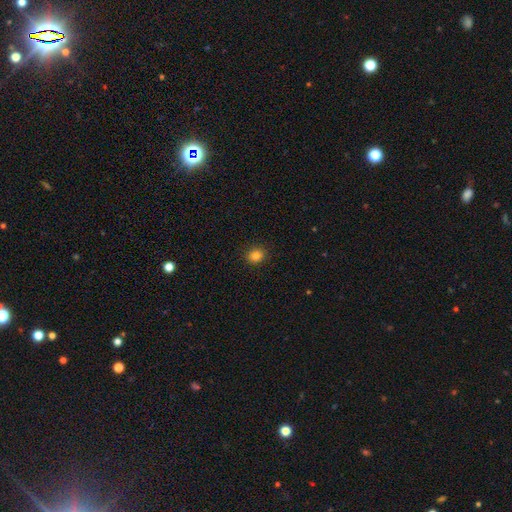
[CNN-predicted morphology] The model was most divided on "how rounded": round: 69%, in between: 30%, cigar-shaped: 1%. More confident: merging — none (90%); smooth or featured — smooth (84%).